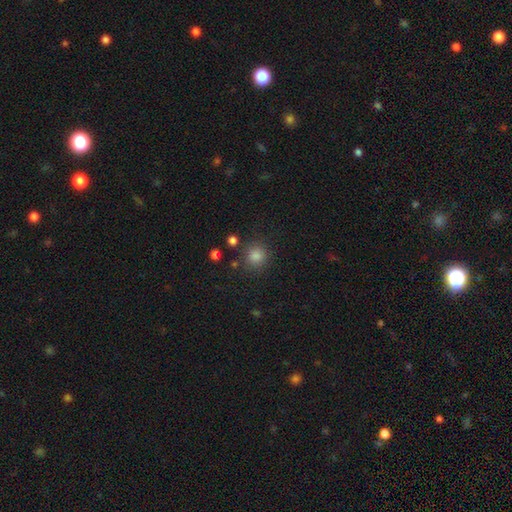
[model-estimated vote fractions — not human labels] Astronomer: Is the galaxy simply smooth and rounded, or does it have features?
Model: smooth — 82%.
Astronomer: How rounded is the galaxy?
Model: round — 91%.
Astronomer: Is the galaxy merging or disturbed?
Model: none — 85%.